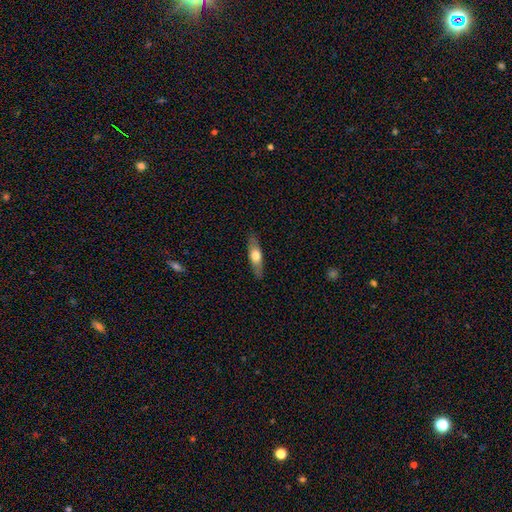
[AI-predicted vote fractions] Smooth or featured? Predicted: smooth (p=0.55). How rounded? Predicted: cigar-shaped (p=0.57). Merging? Predicted: none (p=0.88).